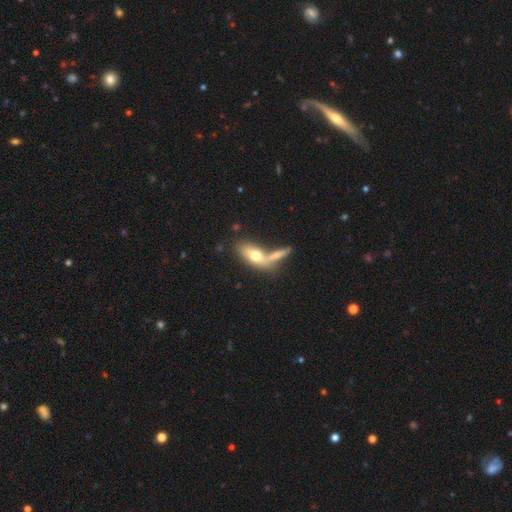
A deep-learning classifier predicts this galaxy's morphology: smooth-or-featured: smooth: 66% | featured or disk: 27% | star or artifact: 7%
  how-rounded: in between: 74% | cigar-shaped: 21% | round: 5%
  merging: merger: 43% | none: 40% | minor disturbance: 11% | major disturbance: 6%